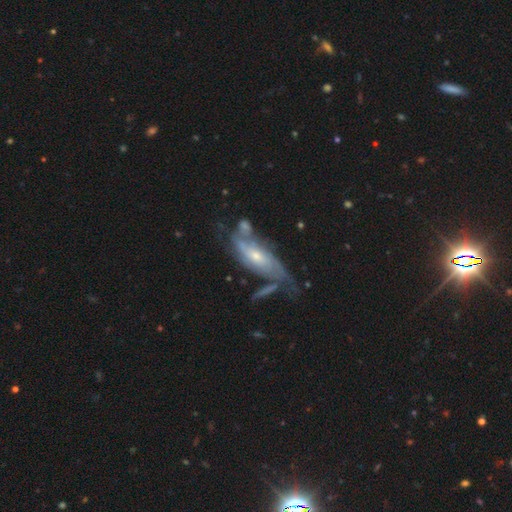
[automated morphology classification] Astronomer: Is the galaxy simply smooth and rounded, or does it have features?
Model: featured or disk — 74%.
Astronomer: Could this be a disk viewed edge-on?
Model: no — 82%.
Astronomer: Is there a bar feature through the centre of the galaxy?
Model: no — 64%.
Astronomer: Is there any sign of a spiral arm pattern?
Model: yes — 81%.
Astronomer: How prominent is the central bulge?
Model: small — 54% (runner-up: moderate, 41%).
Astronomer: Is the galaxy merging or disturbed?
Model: none — 39% (runner-up: minor disturbance, 24%).